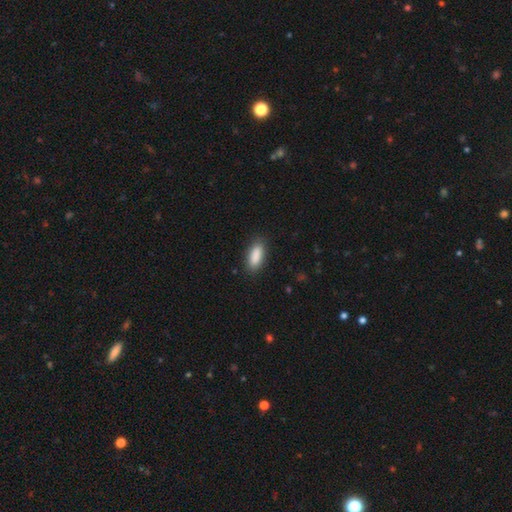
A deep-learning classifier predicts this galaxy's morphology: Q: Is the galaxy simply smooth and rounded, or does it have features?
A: smooth — 89%.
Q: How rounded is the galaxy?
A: in between — 79%.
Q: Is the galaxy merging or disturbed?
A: none — 86%.